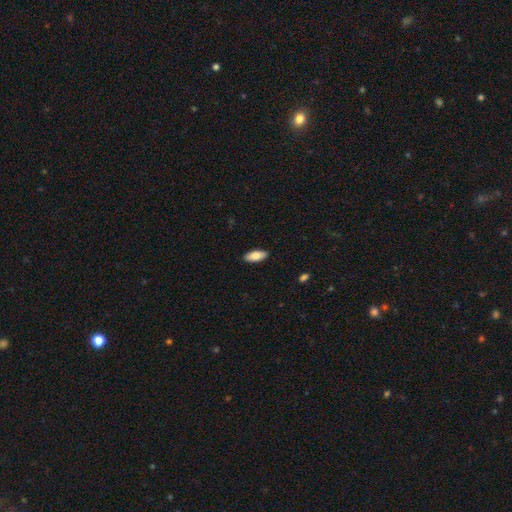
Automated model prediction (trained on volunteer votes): Overall: smooth (84%). How rounded: in between (84%). Merging: none (89%).